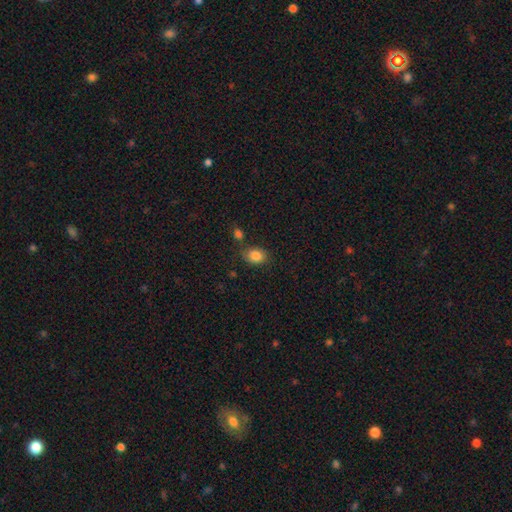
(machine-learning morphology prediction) A smooth galaxy with no disk features (85%) that is in between round and cigar-shaped (65%).

Vote fractions:
- Smooth or featured? smooth: 85% / star or artifact: 9% / featured or disk: 6%
- How rounded? in between: 65% / round: 34% / cigar-shaped: 1%
- Merging? none: 73% / minor disturbance: 14% / merger: 9% / major disturbance: 4%